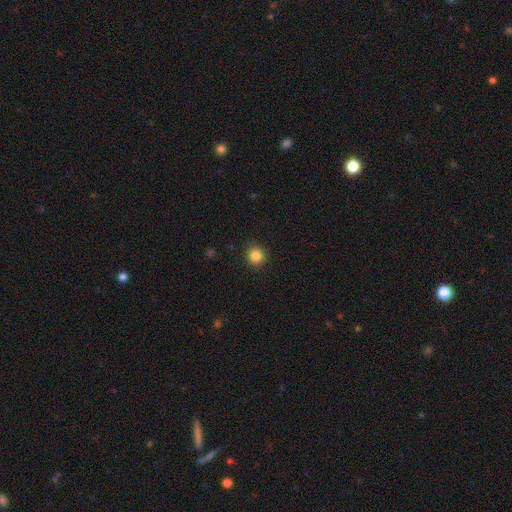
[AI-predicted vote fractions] The model was most divided on "smooth or featured": smooth: 85%, star or artifact: 11%, featured or disk: 4%. More confident: how rounded — round (92%); merging — none (90%).